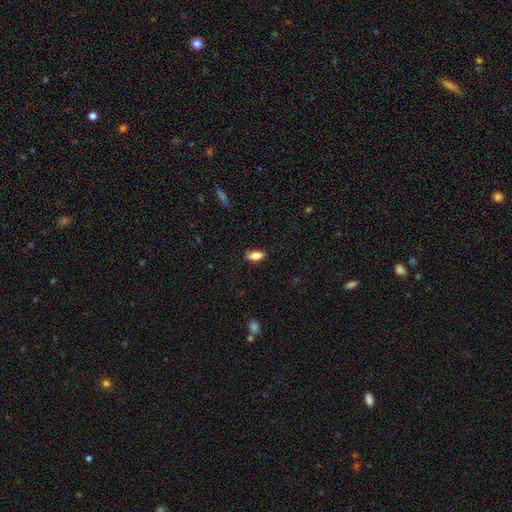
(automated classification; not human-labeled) Smooth or featured? smooth (80%)
How rounded? in between (84%)
Merging? none (79%)